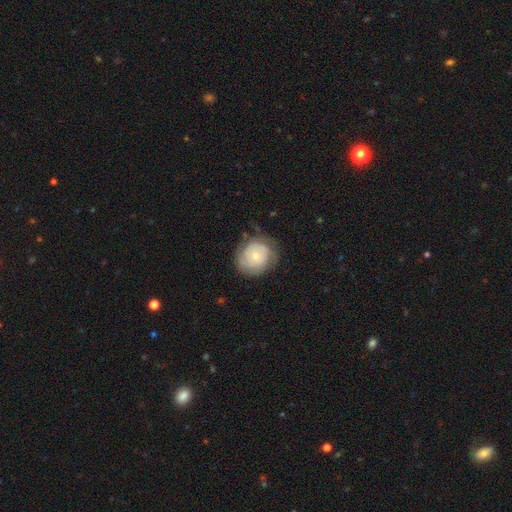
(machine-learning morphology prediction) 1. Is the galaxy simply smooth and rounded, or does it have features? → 52% featured or disk, 41% smooth, 7% star or artifact.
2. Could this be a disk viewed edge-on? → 97% no, 3% yes.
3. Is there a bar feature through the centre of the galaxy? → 86% no, 12% weak, 2% strong.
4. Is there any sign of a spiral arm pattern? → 73% yes, 27% no.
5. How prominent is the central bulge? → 66% small, 30% moderate, 2% large, 2% none, 1% dominant.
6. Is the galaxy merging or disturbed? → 68% none, 22% minor disturbance, 9% major disturbance, 1% merger.